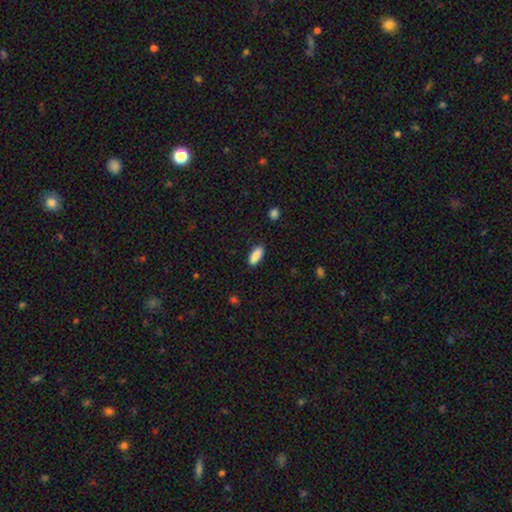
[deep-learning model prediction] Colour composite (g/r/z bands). It shows a smooth galaxy with no disk features (89%) that is in between round and cigar-shaped (77%). Merging: none (88%).